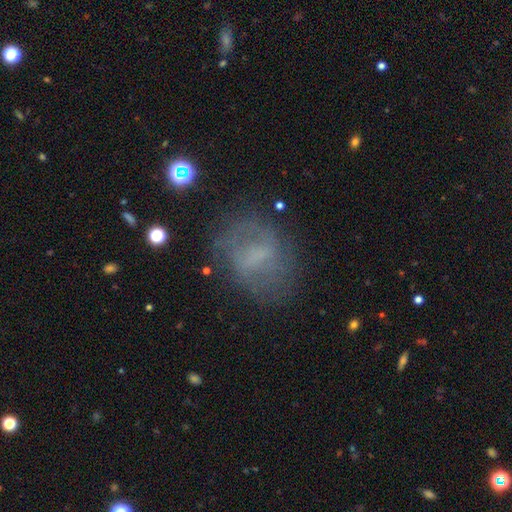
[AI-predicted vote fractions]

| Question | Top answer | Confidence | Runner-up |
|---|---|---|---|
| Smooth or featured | featured or disk | 48% | smooth (38%) |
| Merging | none | 64% | minor disturbance (20%) |